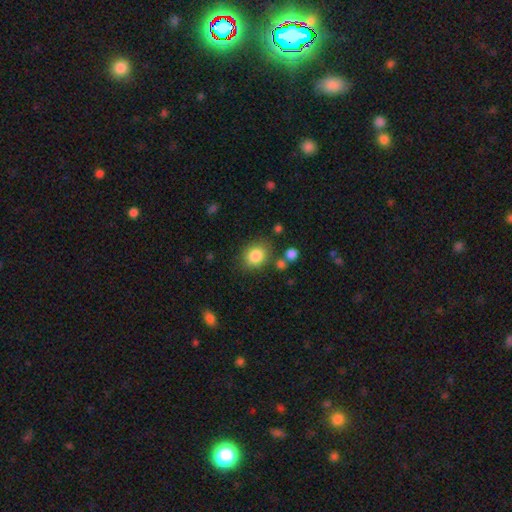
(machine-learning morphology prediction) type=smooth (84%); roundness=round (61%); merging=none (77%).